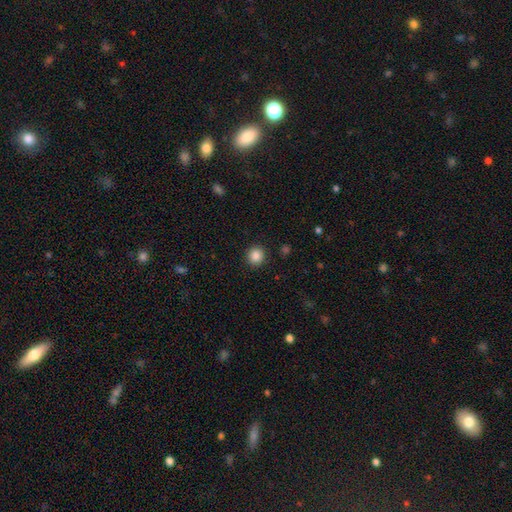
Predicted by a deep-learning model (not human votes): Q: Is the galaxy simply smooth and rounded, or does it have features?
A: smooth — 86%.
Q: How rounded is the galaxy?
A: round — 90%.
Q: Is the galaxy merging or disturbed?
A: none — 91%.